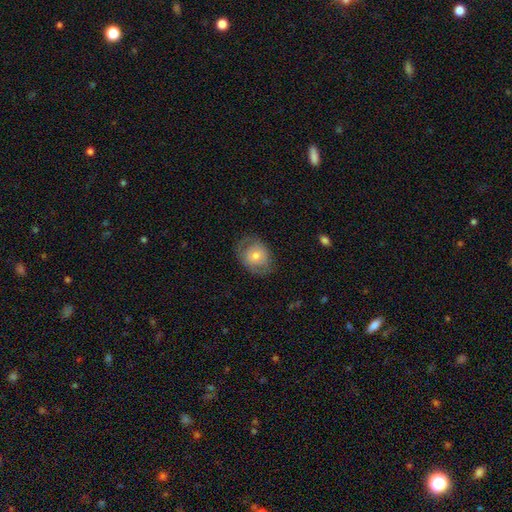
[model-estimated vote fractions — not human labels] This is likely a smooth galaxy (61%). How rounded: possibly in between (51%). Merging: likely none (66%).